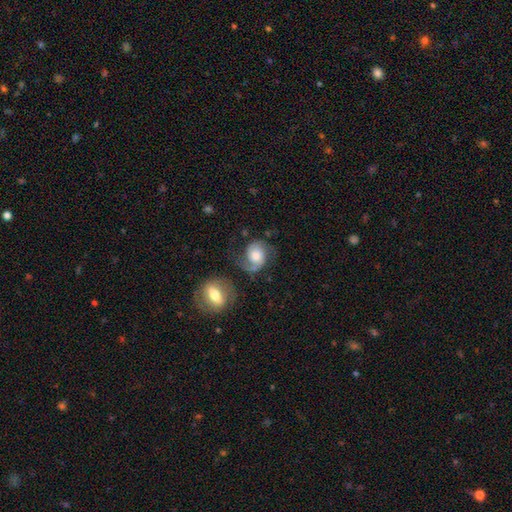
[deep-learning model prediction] smooth-or-featured: featured or disk: 65% | smooth: 27% | star or artifact: 8%
  disk-edge-on: no: 98% | yes: 2%
    bar: no: 68% | weak: 26% | strong: 7%
    has-spiral-arms: yes: 91% | no: 9%
      spiral-winding: medium: 47% | loose: 29% | tight: 24%
      spiral-arm-count: 2: 76% | 1: 16% | can't tell: 5% | 3: 1% | 4: 1% | more than 4: 1%
    bulge-size: moderate: 50% | large: 28% | small: 14% | dominant: 4% | none: 4%
  merging: none: 51% | minor disturbance: 21% | major disturbance: 18% | merger: 10%